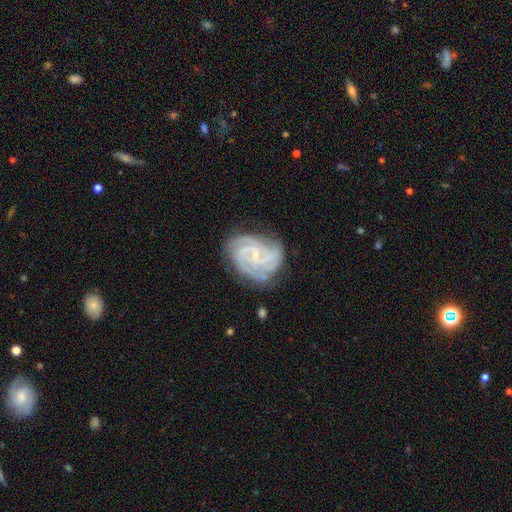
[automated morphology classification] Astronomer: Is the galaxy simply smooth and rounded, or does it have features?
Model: featured or disk — 87%.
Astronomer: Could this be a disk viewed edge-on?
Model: no — 98%.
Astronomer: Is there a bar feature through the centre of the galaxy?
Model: no — 45% (runner-up: weak, 43%).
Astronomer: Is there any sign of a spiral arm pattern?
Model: yes — 98%.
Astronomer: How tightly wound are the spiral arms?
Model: tight — 64%.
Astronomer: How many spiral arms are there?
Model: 3 — 35% (runner-up: 4, 19%).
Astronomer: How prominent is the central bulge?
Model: small — 71%.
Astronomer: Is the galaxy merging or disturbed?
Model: none — 72%.